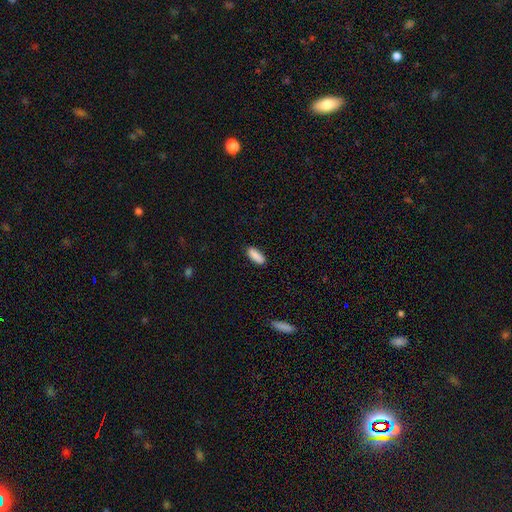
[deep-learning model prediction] This appears to be a smooth galaxy with no disk features (90%) that is in between round and cigar-shaped (68%). Merging: none (89%).